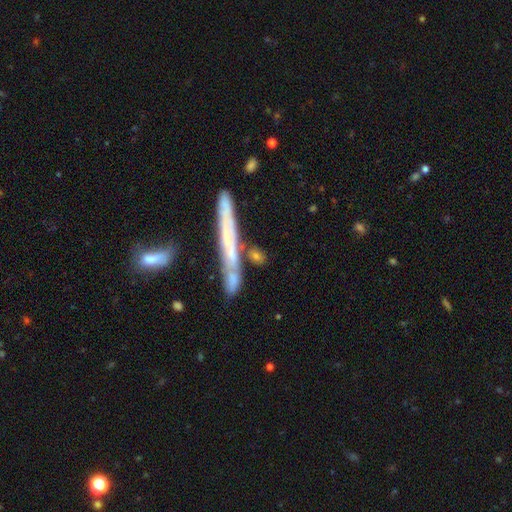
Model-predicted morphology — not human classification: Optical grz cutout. It shows a smooth galaxy with no disk features (53%) that is cigar-shaped (73%). Merging: none (58%).